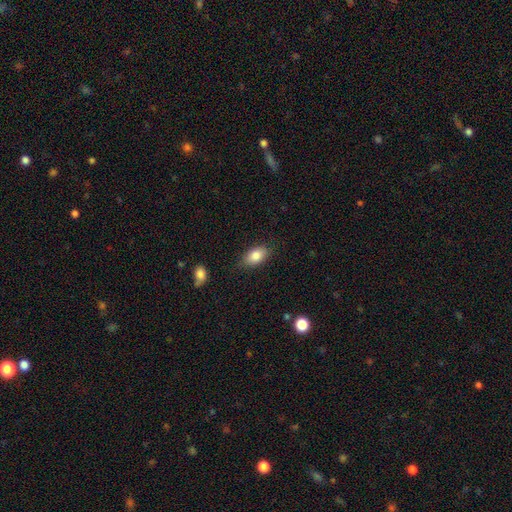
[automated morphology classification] This appears to be a smooth galaxy with no disk features (84%) that is in between round and cigar-shaped (89%). Merging: none (81%).